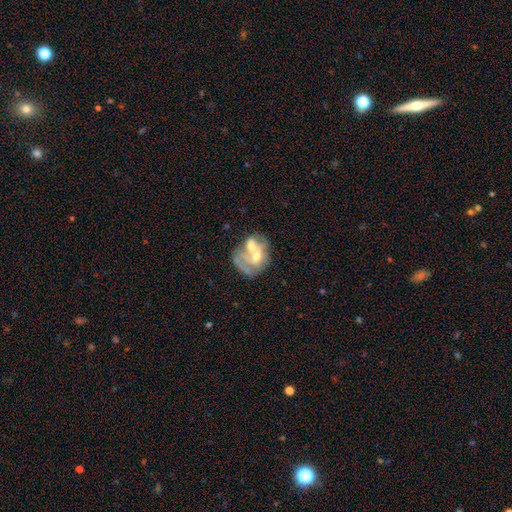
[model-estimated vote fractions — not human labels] Overall: featured or disk (58%; smooth 33%). Edge-on disk: no (97%). Bar: no (82%). Spiral arms: no (75%). Bulge size: moderate (55%; small 27%). Merging: merger (55%; none 20%).